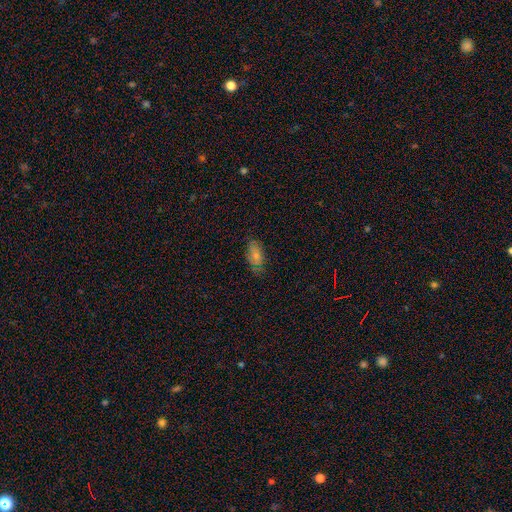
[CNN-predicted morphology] Overall: smooth (64%). How rounded: in between (88%). Merging: none (72%).